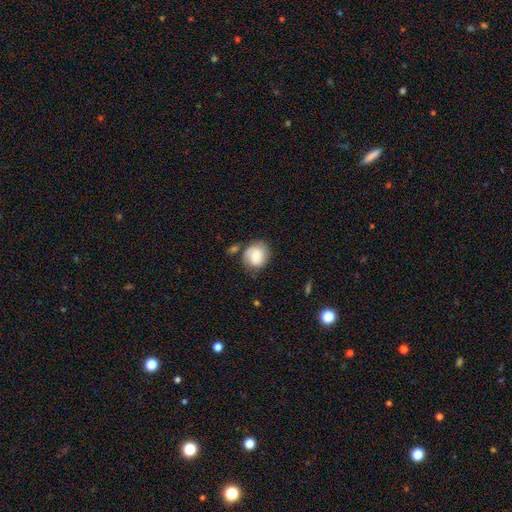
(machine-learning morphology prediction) A smooth galaxy with no disk features (63%) that is round (69%). Merging: none (62%).